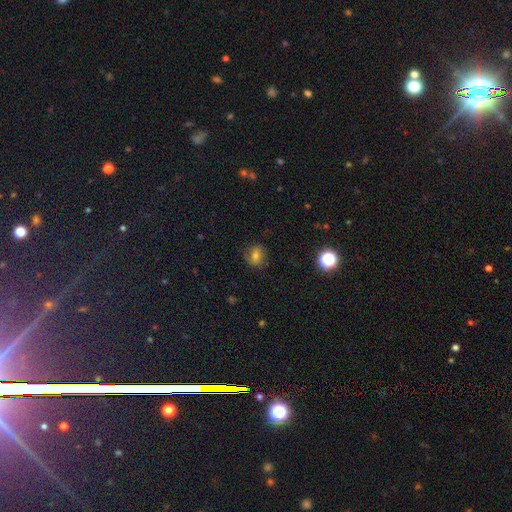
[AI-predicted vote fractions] Morphology: type=smooth (63%); roundness=round (65%); merging=none (81%).